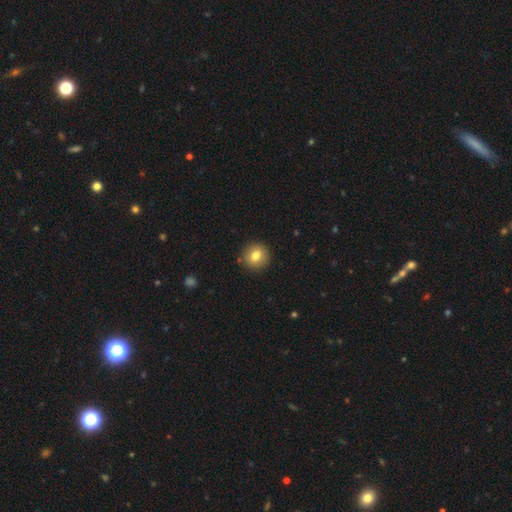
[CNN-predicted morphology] This appears to be a smooth galaxy with no disk features (79%) that is round (92%). Merging: none (90%).